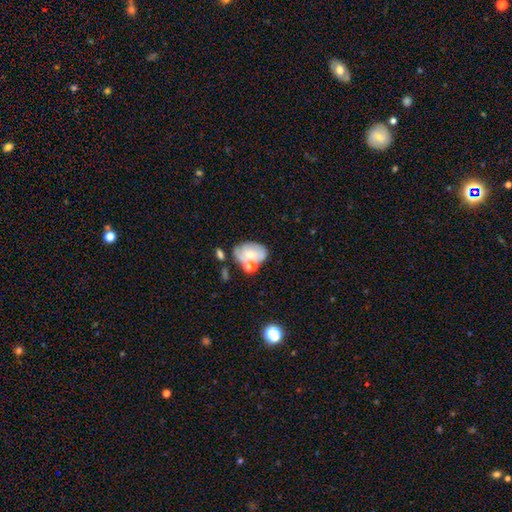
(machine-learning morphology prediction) The model was most divided on "smooth or featured": featured or disk: 46%, smooth: 41%, star or artifact: 12%. Remaining: merging — none (47%).